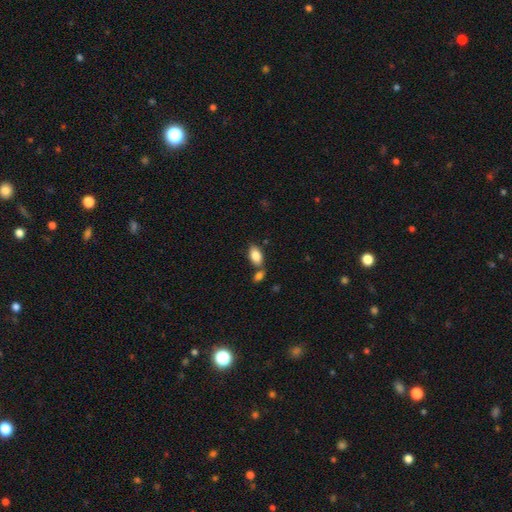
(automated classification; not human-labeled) Overall: smooth (83%). How rounded: in between (92%). Merging: none (63%).